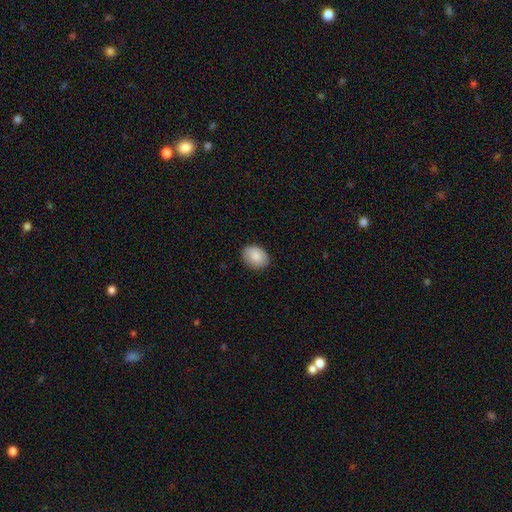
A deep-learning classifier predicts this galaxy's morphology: smooth 86%, featured or disk 7%, star or artifact 7%. Down the decision tree: how rounded — in between (63%); merging — none (86%).